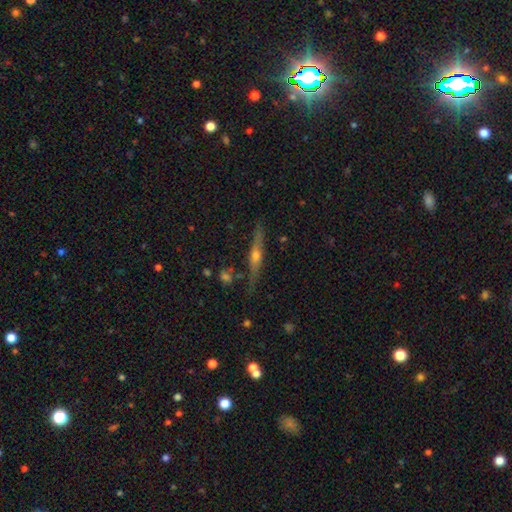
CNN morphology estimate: smooth-or-featured: featured or disk: 69% | smooth: 24% | star or artifact: 7%
  disk-edge-on: yes: 95% | no: 5%
    edge-on-bulge: rounded: 89% | none: 7% | boxy: 4%
  merging: none: 82% | minor disturbance: 13% | merger: 3% | major disturbance: 3%